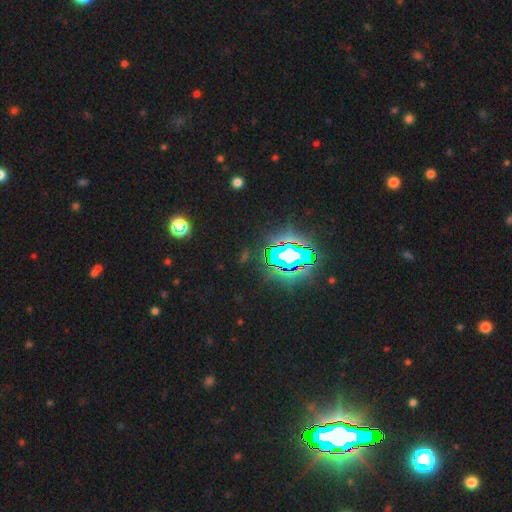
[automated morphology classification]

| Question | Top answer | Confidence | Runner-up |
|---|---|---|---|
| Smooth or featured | star or artifact | 84% | smooth (9%) |